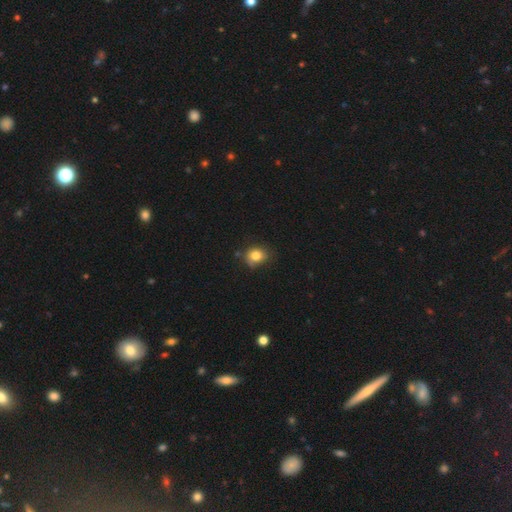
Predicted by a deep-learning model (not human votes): smooth 81%, star or artifact 10%, featured or disk 9%. Down the decision tree: how rounded — round (65%); merging — none (65%).